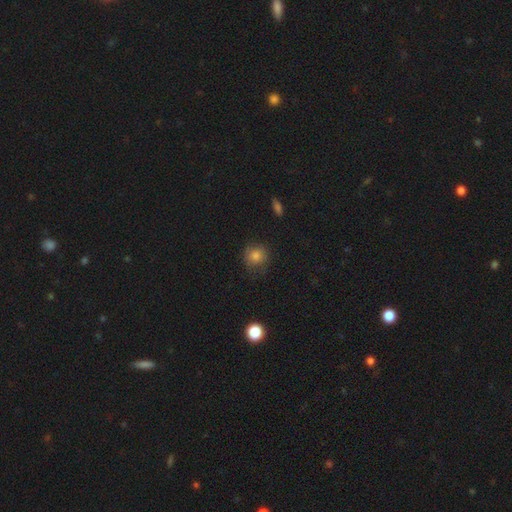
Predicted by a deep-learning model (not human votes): smooth 80%, star or artifact 12%, featured or disk 8%. Down the decision tree: how rounded — round (89%); merging — none (75%).